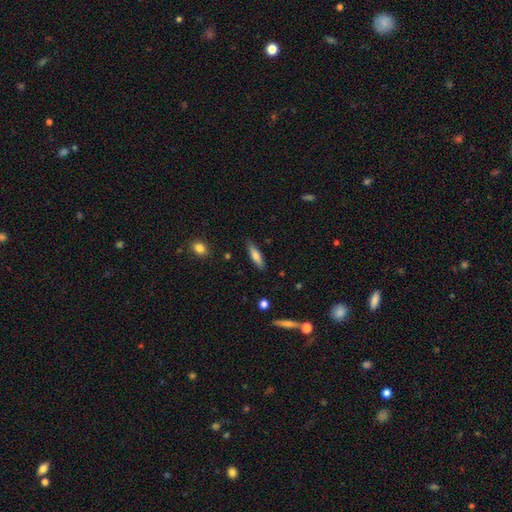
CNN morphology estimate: Smooth or featured? smooth (69%)
How rounded? cigar-shaped (67%)
Merging? none (85%)